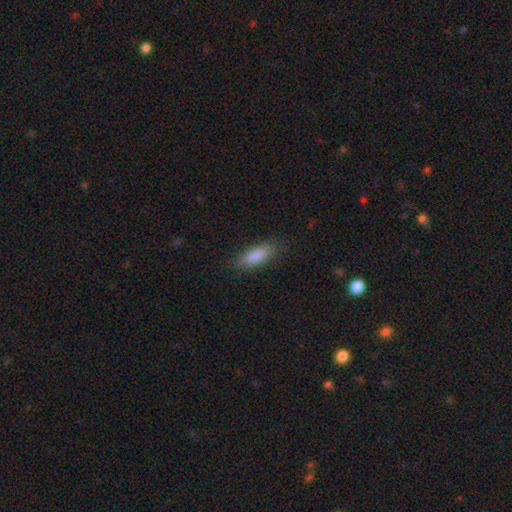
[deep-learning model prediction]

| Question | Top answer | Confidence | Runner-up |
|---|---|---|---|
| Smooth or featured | smooth | 85% | featured or disk (9%) |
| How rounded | in between | 64% | cigar-shaped (34%) |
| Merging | none | 83% | minor disturbance (13%) |